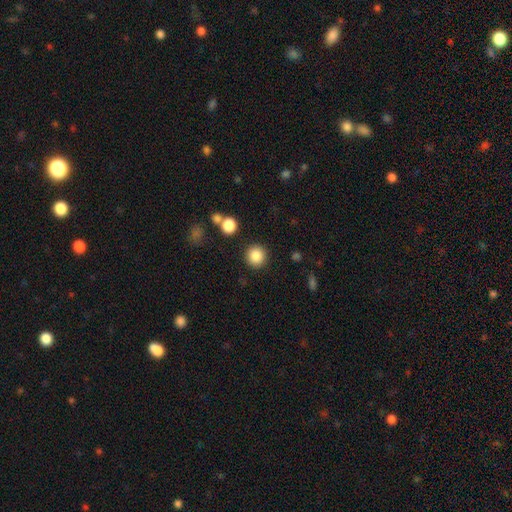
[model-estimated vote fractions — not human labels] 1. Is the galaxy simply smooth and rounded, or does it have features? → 86% smooth, 10% star or artifact, 4% featured or disk.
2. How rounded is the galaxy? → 93% round, 6% in between, 1% cigar-shaped.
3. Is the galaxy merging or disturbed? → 89% none, 6% minor disturbance, 3% merger, 2% major disturbance.